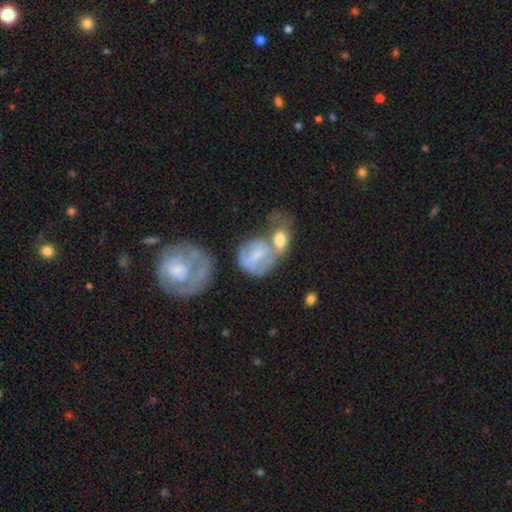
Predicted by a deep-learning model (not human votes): Q: Smooth or featured?
A: smooth (47%); runner-up: featured or disk (45%)
Q: Merging?
A: merger (45%); runner-up: none (26%)